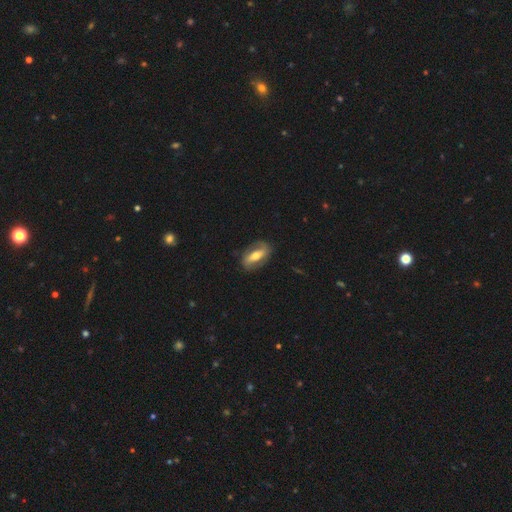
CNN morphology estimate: smooth_or_featured: featured or disk (p=0.62) [alt: smooth p=0.32]
disk_edge_on: no (p=0.82) [alt: yes p=0.18]
bar: strong (p=0.52) [alt: weak p=0.27]
has_spiral_arms: yes (p=0.67) [alt: no p=0.33]
bulge_size: moderate (p=0.67) [alt: small p=0.19]
merging: none (p=0.77) [alt: minor disturbance p=0.16]